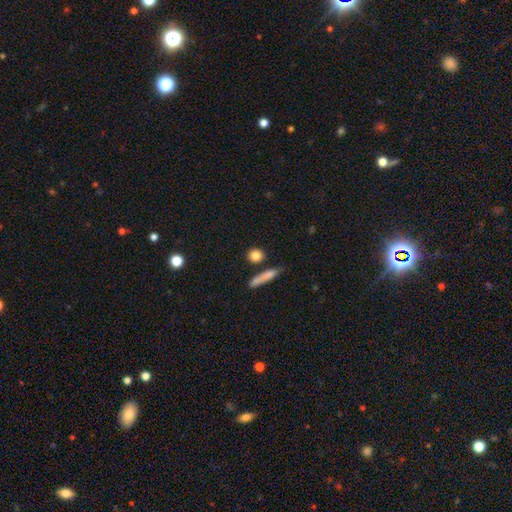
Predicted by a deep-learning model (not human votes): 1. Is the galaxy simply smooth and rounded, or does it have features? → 84% smooth, 9% star or artifact, 8% featured or disk.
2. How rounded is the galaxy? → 74% round, 16% in between, 10% cigar-shaped.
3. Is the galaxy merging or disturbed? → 79% none, 9% minor disturbance, 8% merger, 3% major disturbance.